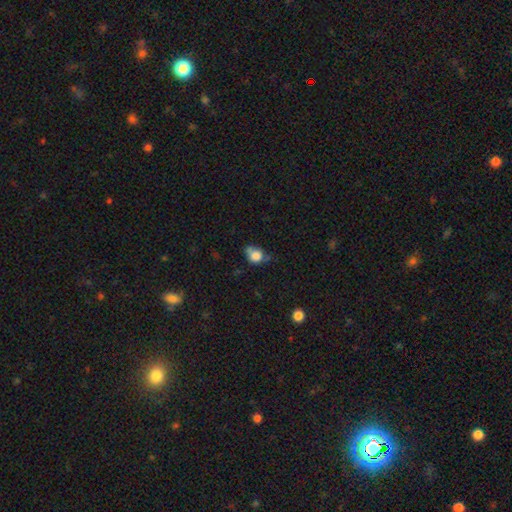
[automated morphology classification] type=smooth (77%); roundness=round (71%); merging=none (43%).